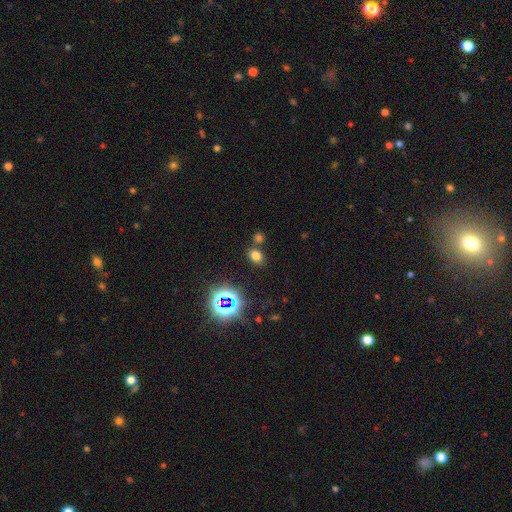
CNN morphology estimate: smooth-or-featured: smooth: 68% | star or artifact: 25% | featured or disk: 7%
  how-rounded: in between: 69% | round: 29% | cigar-shaped: 1%
  merging: none: 75% | merger: 12% | minor disturbance: 9% | major disturbance: 3%